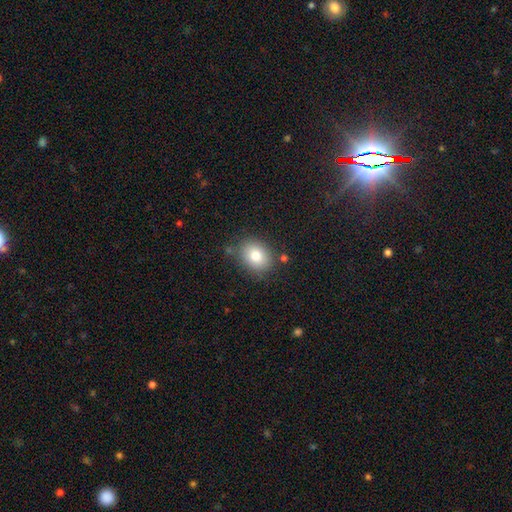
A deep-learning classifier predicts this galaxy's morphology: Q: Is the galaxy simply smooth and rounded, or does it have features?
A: smooth — 79%.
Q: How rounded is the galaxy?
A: round — 51%.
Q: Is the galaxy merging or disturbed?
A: none — 79%.